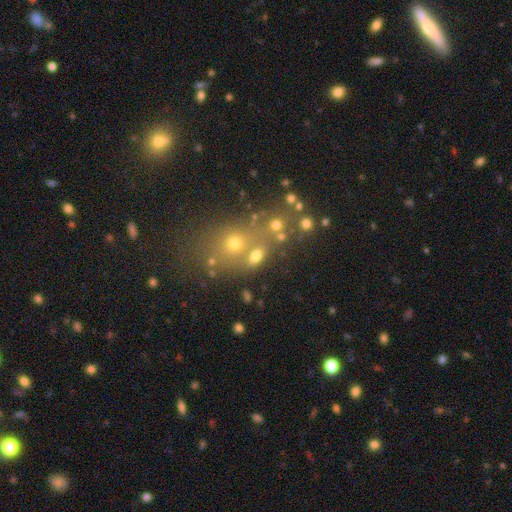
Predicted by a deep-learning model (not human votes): The model was most divided on "merging": none: 53%, merger: 28%, minor disturbance: 12%, major disturbance: 7%. More confident: smooth or featured — smooth (66%); how rounded — in between (65%).